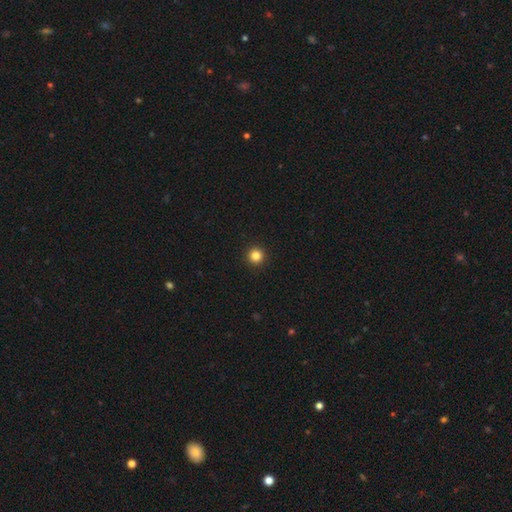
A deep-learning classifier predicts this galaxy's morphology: A smooth galaxy with no disk features (84%) that is round (96%).

Vote fractions:
- Smooth or featured? smooth: 84% / star or artifact: 12% / featured or disk: 4%
- How rounded? round: 96% / in between: 3% / cigar-shaped: 1%
- Merging? none: 94% / minor disturbance: 4% / major disturbance: 1% / merger: 1%